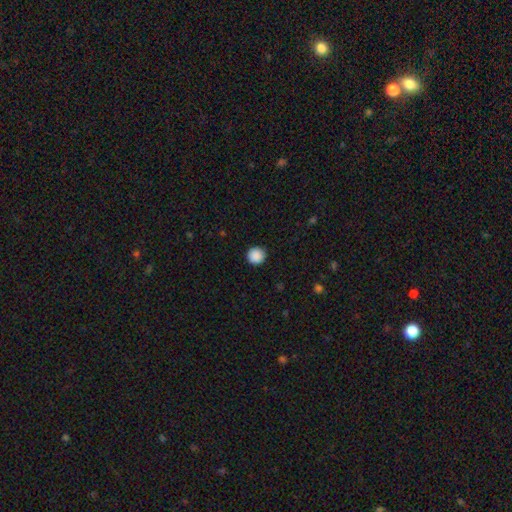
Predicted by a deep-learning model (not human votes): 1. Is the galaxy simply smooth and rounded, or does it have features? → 89% smooth, 9% star or artifact, 2% featured or disk.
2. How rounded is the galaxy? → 96% round, 3% in between, 1% cigar-shaped.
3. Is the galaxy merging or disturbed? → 92% none, 5% minor disturbance, 2% major disturbance, 1% merger.